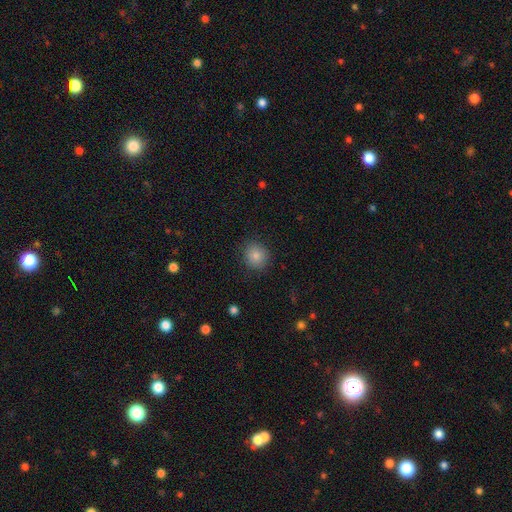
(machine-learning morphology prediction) A smooth galaxy with no disk features (84%) that is round (87%). Merging: none (87%).